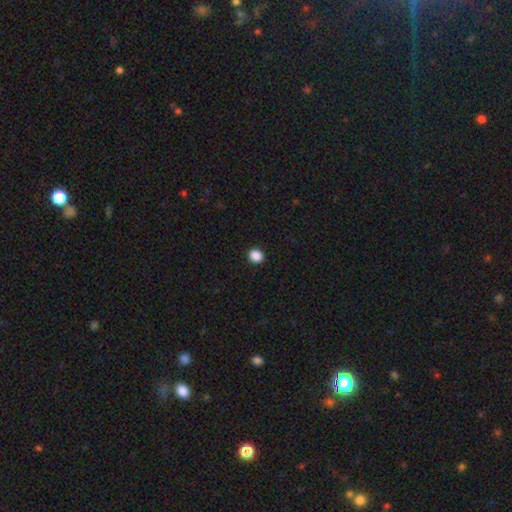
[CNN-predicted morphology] Smooth or featured: smooth — 88% (star or artifact — 10%)
How rounded: round — 72% (in between — 27%)
Merging: none — 92% (minor disturbance — 5%)